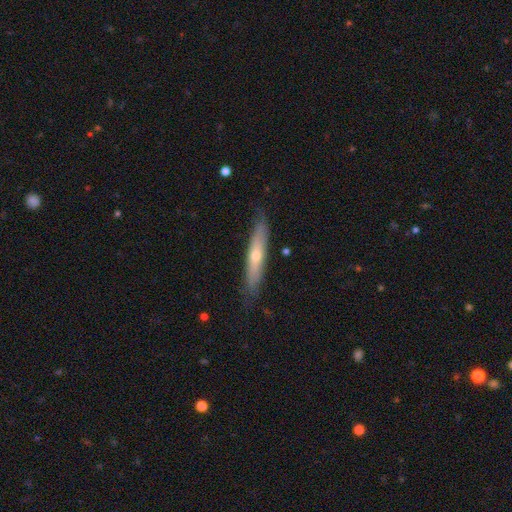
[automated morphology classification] Overall: smooth (48%; featured or disk 46%). Merging: none (81%).